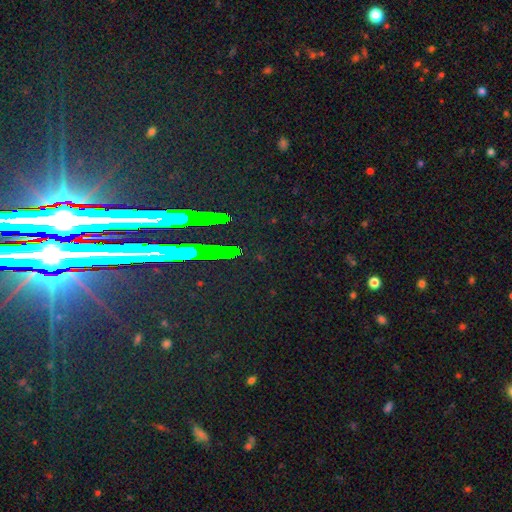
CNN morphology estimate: The model was most divided on "smooth or featured": star or artifact: 80%, featured or disk: 11%, smooth: 9%.